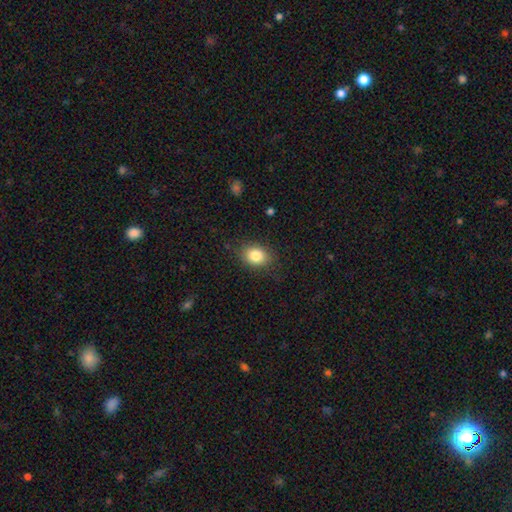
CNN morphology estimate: Q: Smooth or featured?
A: smooth (83%); runner-up: star or artifact (9%)
Q: How rounded?
A: in between (63%); runner-up: round (36%)
Q: Merging?
A: none (82%); runner-up: minor disturbance (13%)